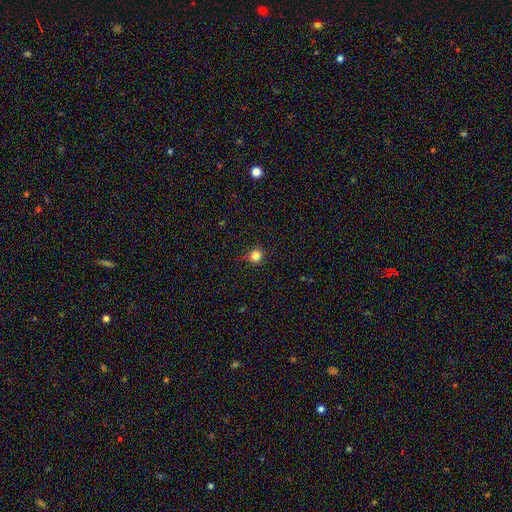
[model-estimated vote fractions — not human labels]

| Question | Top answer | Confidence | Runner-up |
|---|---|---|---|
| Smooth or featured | smooth | 82% | star or artifact (14%) |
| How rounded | round | 93% | in between (6%) |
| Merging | none | 87% | minor disturbance (9%) |